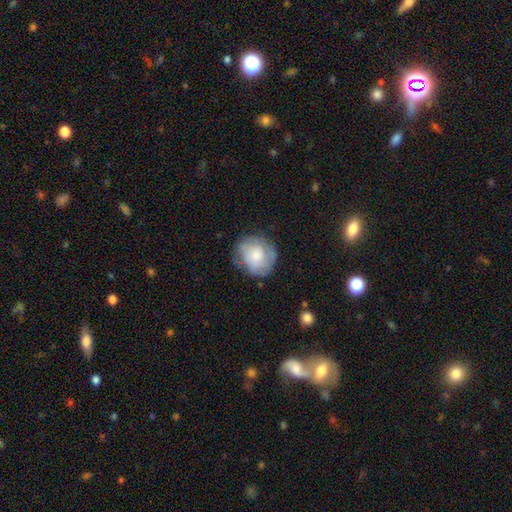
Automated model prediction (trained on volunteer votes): Smooth or featured?
  - smooth: 63% *
  - featured or disk: 29%
  - star or artifact: 7%
How rounded?
  - round: 78% *
  - in between: 21%
  - cigar-shaped: 1%
Merging?
  - none: 65% *
  - minor disturbance: 24%
  - major disturbance: 9%
  - merger: 2%